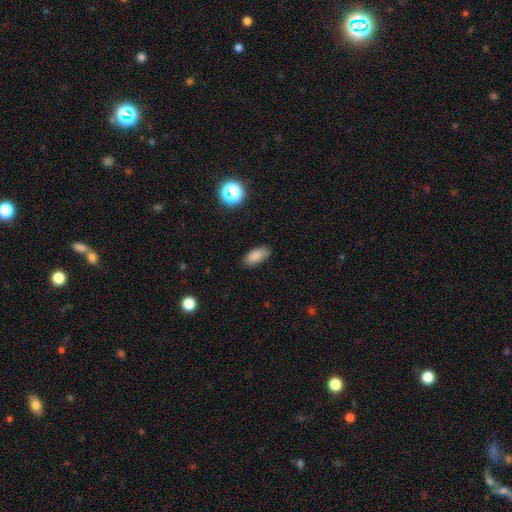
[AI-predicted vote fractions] Smooth or featured?
  - smooth: 85% *
  - star or artifact: 10%
  - featured or disk: 5%
How rounded?
  - in between: 89% *
  - cigar-shaped: 8%
  - round: 3%
Merging?
  - none: 85% *
  - minor disturbance: 11%
  - major disturbance: 3%
  - merger: 1%